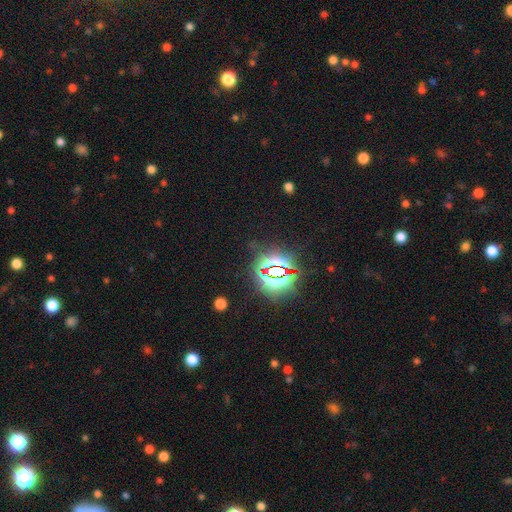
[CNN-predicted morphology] Smooth or featured?
  - star or artifact: 77% *
  - smooth: 16%
  - featured or disk: 7%